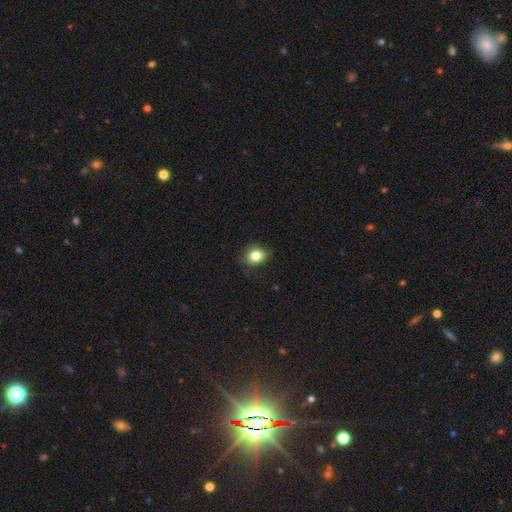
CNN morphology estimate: Smooth or featured: smooth — 81% (star or artifact — 10%)
How rounded: round — 56% (in between — 43%)
Merging: none — 78% (minor disturbance — 18%)